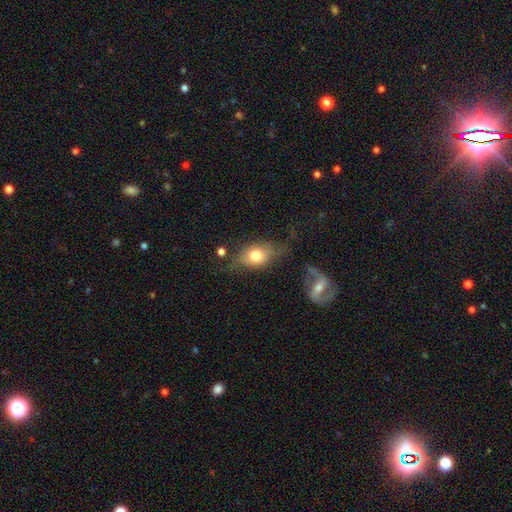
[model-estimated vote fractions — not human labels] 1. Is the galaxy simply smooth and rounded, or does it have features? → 65% smooth, 26% featured or disk, 8% star or artifact.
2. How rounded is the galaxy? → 71% in between, 25% round, 5% cigar-shaped.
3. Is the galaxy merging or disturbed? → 53% none, 25% minor disturbance, 15% major disturbance, 7% merger.